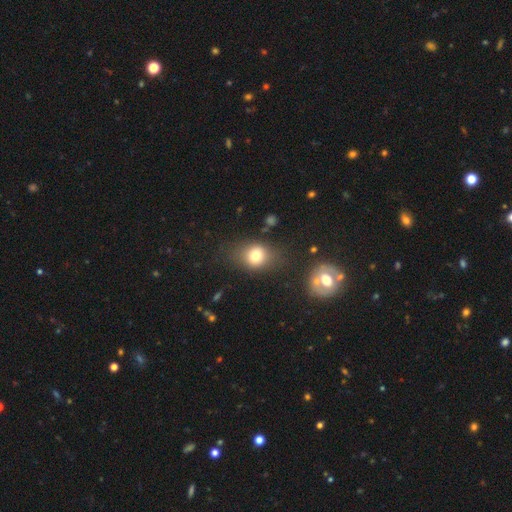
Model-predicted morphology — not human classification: Smooth or featured? Predicted: smooth (p=0.76). How rounded? Predicted: round (p=0.55). Merging? Predicted: none (p=0.69).